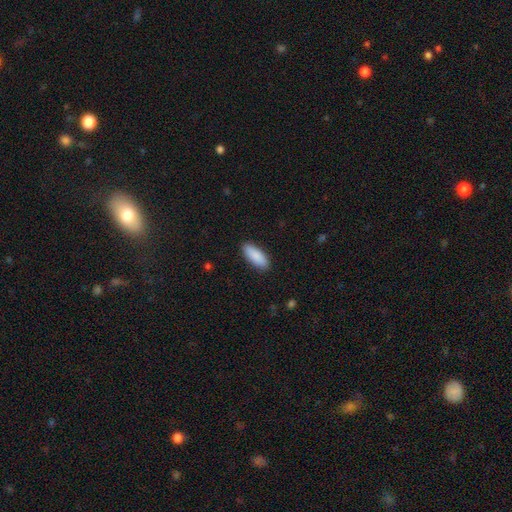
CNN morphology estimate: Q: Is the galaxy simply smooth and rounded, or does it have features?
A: smooth — 91%.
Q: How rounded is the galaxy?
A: in between — 77%.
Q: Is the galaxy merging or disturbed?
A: none — 90%.